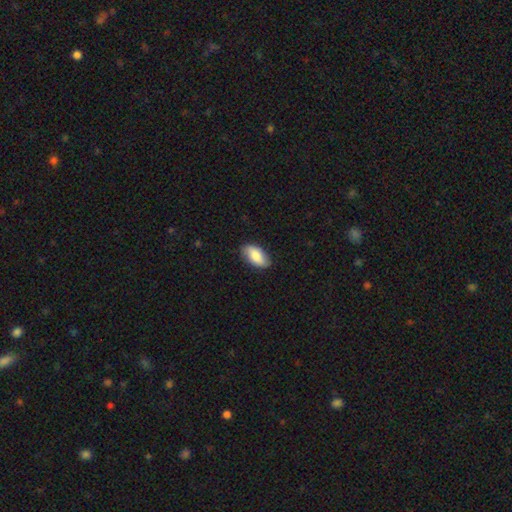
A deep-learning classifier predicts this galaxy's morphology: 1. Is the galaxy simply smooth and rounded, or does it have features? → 78% smooth, 16% featured or disk, 6% star or artifact.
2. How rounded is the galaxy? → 93% in between, 3% cigar-shaped, 3% round.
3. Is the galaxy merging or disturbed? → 83% none, 13% minor disturbance, 3% major disturbance, 1% merger.